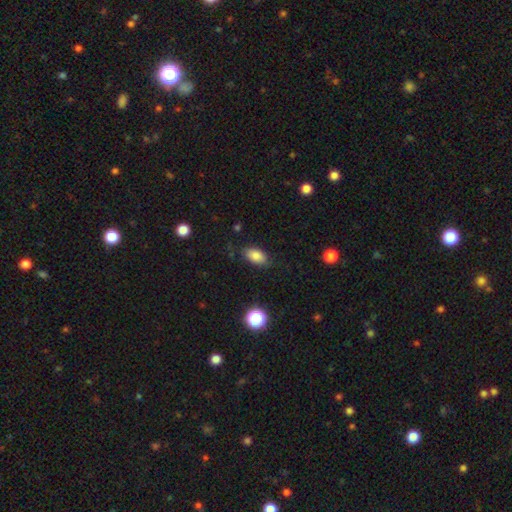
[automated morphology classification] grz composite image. It shows a smooth galaxy with no disk features (84%) that is in between round and cigar-shaped (91%). Merging: none (83%).